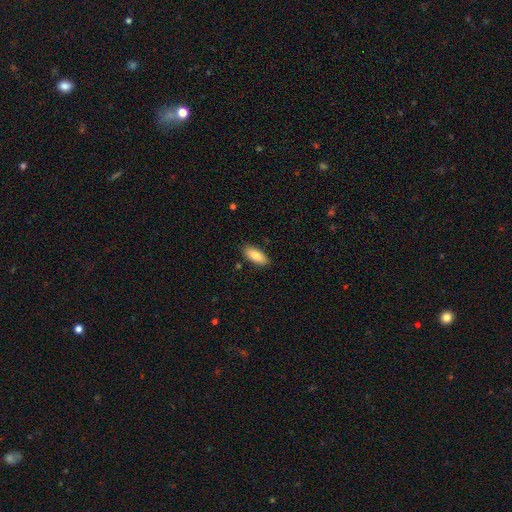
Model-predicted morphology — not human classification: A smooth galaxy with no disk features (84%) that is in between round and cigar-shaped (81%). Merging: none (86%).